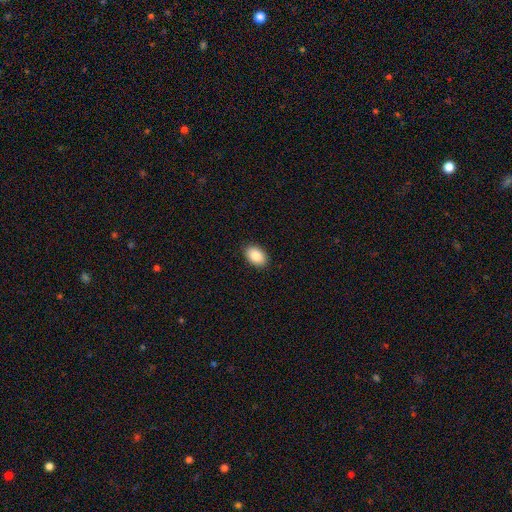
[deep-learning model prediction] Q: Smooth or featured?
A: smooth (87%); runner-up: star or artifact (7%)
Q: How rounded?
A: in between (87%); runner-up: round (12%)
Q: Merging?
A: none (90%); runner-up: minor disturbance (7%)